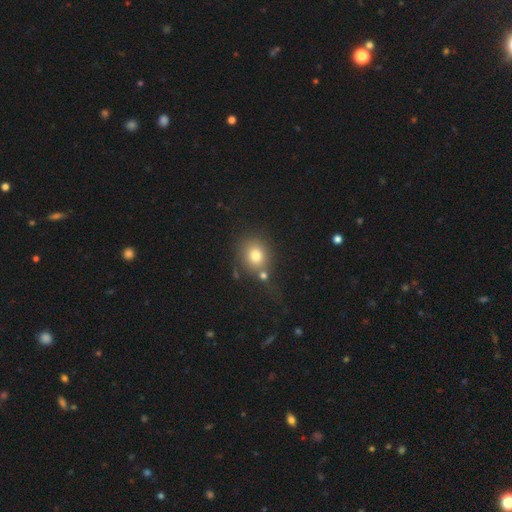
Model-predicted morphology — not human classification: A smooth galaxy with no disk features (78%) that is round (75%).

Vote fractions:
- Smooth or featured? smooth: 78% / star or artifact: 11% / featured or disk: 10%
- How rounded? round: 75% / in between: 24% / cigar-shaped: 1%
- Merging? none: 58% / merger: 20% / minor disturbance: 14% / major disturbance: 8%